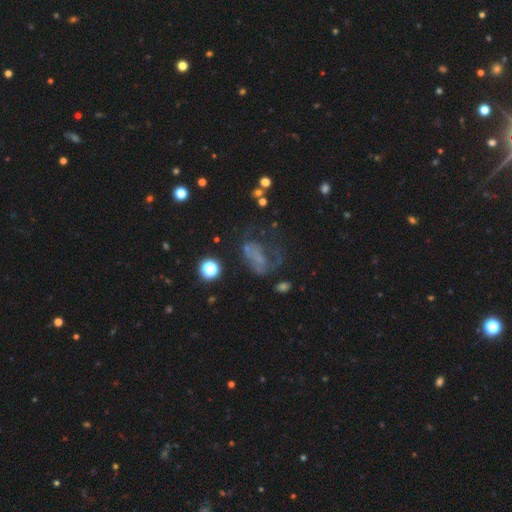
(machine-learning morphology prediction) Smooth or featured?
  - featured or disk: 40% *
  - smooth: 33%
  - star or artifact: 27%
Merging?
  - major disturbance: 45% *
  - none: 30%
  - minor disturbance: 19%
  - merger: 7%